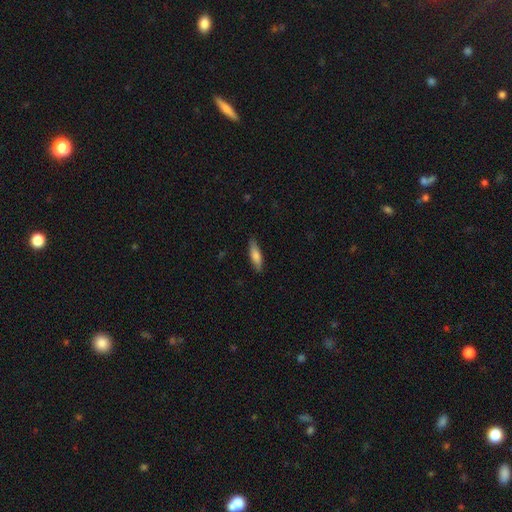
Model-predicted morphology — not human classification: This appears to be a smooth galaxy with no disk features (73%) that is cigar-shaped (62%). Merging: none (86%).